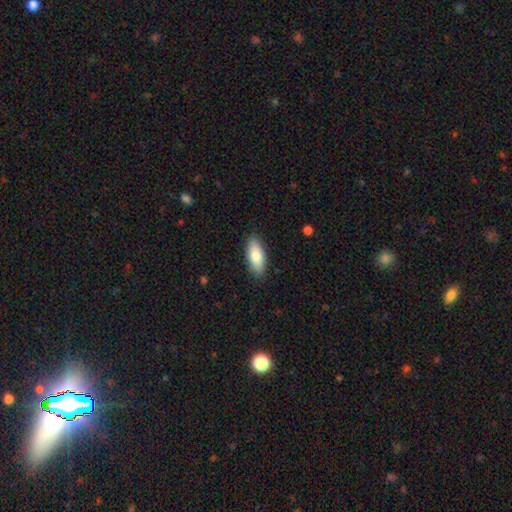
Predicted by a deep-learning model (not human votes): A smooth galaxy with no disk features (81%) that is in between round and cigar-shaped (80%). Merging: none (88%).